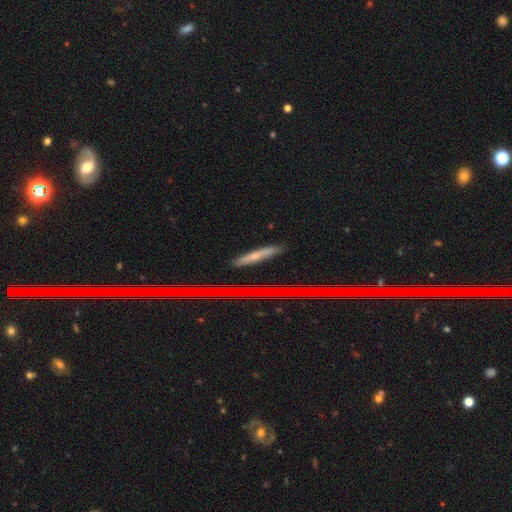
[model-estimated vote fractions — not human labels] Smooth or featured?
  - featured or disk: 39% * (tied)
  - smooth: 39% * (tied)
  - star or artifact: 22%
Merging?
  - none: 87% *
  - minor disturbance: 9%
  - major disturbance: 2%
  - merger: 2%